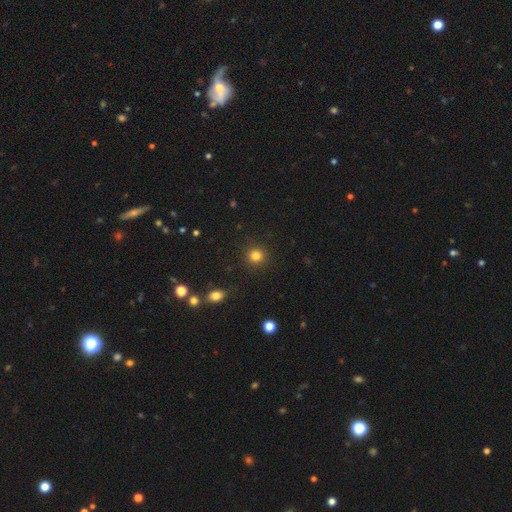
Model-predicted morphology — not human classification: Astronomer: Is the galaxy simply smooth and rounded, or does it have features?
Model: smooth — 83%.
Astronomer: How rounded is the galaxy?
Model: round — 91%.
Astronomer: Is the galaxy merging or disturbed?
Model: none — 91%.